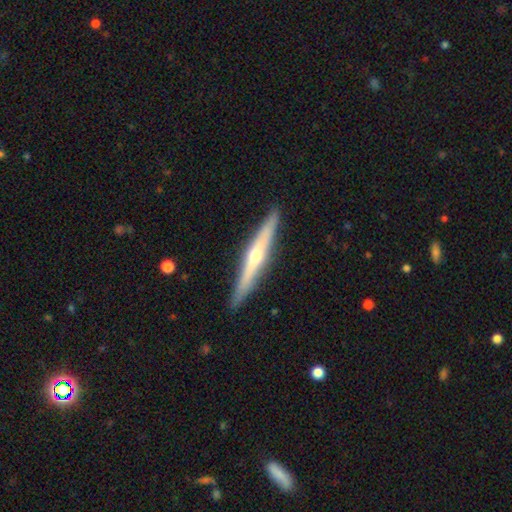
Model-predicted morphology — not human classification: smooth_or_featured: featured or disk (p=0.72) [alt: smooth p=0.22]
disk_edge_on: yes (p=0.97) [alt: no p=0.03]
edge_on_bulge: rounded (p=0.86) [alt: none p=0.10]
merging: none (p=0.91) [alt: minor disturbance p=0.07]